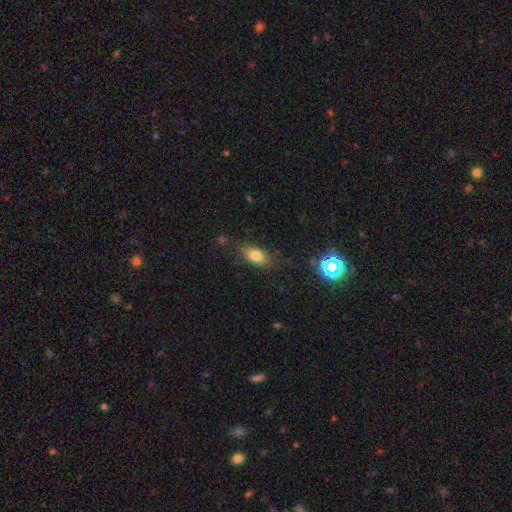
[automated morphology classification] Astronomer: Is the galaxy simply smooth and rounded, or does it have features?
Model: smooth — 79%.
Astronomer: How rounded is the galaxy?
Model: in between — 85%.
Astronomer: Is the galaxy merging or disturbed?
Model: none — 81%.